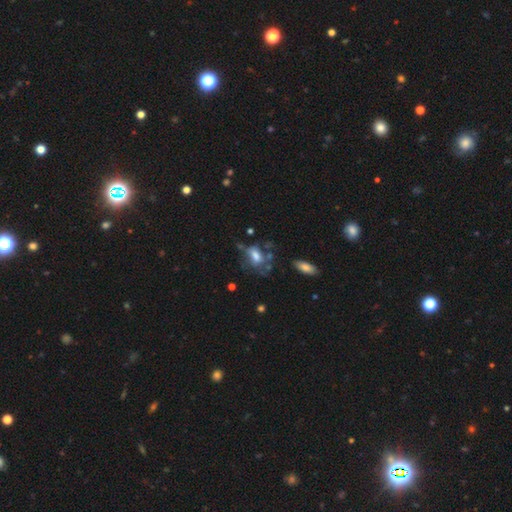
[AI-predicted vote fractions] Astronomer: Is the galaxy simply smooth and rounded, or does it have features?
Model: smooth — 55% (runner-up: featured or disk, 34%).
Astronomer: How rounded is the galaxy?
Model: in between — 81%.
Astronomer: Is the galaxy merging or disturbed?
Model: none — 36% (runner-up: major disturbance, 26%).